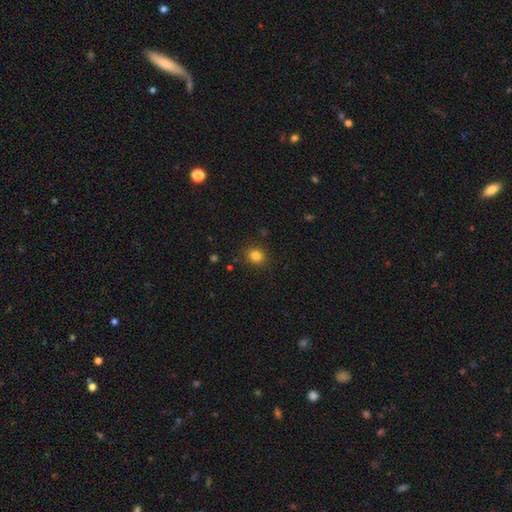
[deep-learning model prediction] A smooth galaxy with no disk features (83%) that is round (68%).

Vote fractions:
- Smooth or featured? smooth: 83% / star or artifact: 12% / featured or disk: 5%
- How rounded? round: 68% / in between: 31% / cigar-shaped: 1%
- Merging? none: 87% / minor disturbance: 9% / major disturbance: 3% / merger: 1%